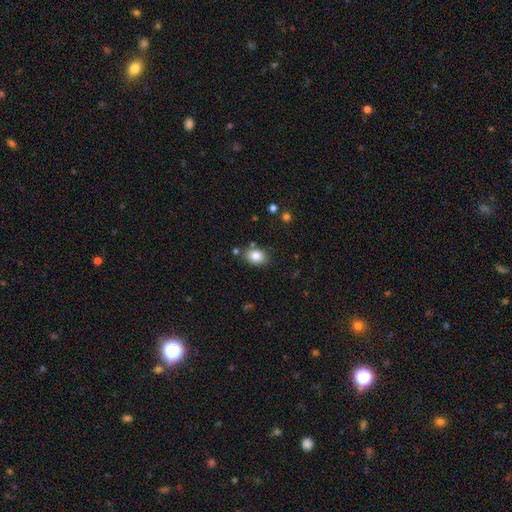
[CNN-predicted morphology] This appears to be a smooth galaxy with no disk features (84%) that is in between round and cigar-shaped (72%). Merging: none (78%).